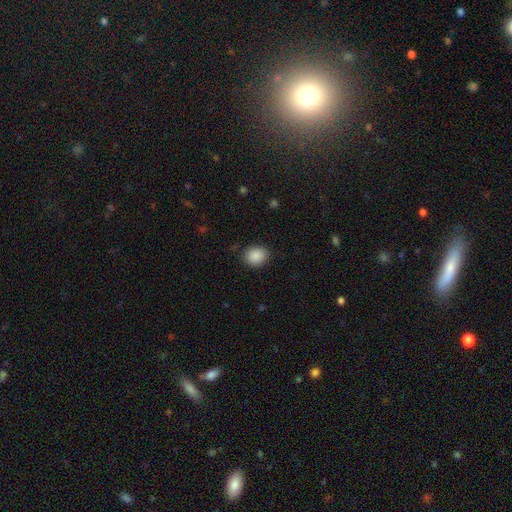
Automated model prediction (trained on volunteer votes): smooth_or_featured: smooth (p=0.89) [alt: star or artifact p=0.08]
how_rounded: round (p=0.63) [alt: in between p=0.37]
merging: none (p=0.88) [alt: minor disturbance p=0.09]